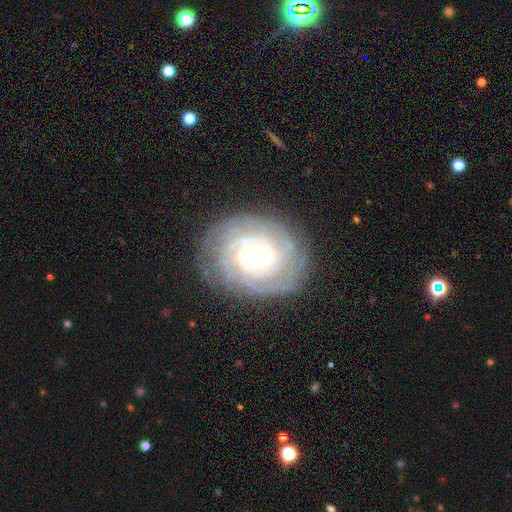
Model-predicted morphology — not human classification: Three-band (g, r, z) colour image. It shows a featured or disk galaxy (85%) with no bar (71%), tight (83%) spiral arms (96%) and a moderate central bulge (56%). Merging: none (82%).